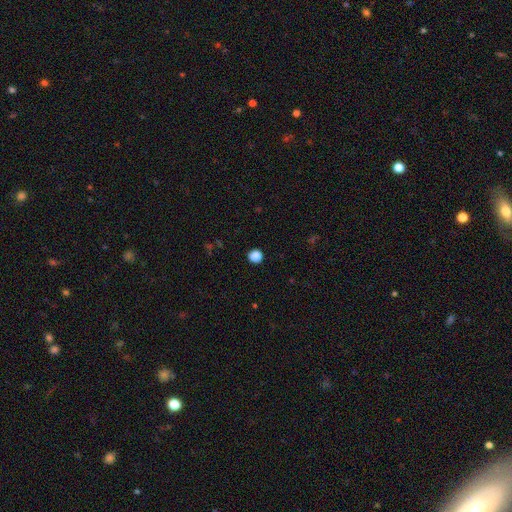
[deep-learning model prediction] Morphology: type=smooth (86%); roundness=round (90%); merging=none (90%).